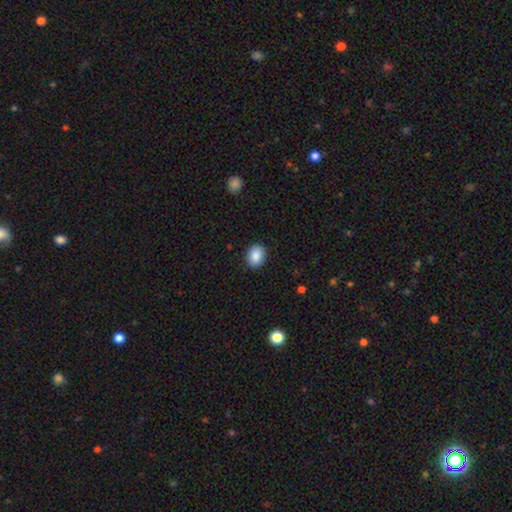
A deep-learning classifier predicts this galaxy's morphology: type=smooth (88%); roundness=in between (57%); merging=none (89%).